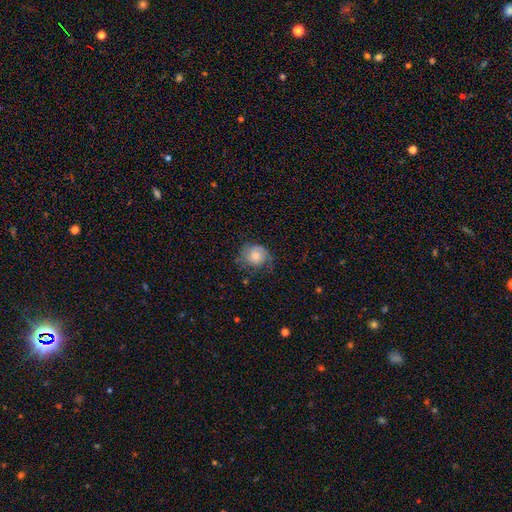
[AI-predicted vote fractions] Smooth or featured: smooth — 62% (featured or disk — 30%)
How rounded: round — 81% (in between — 18%)
Merging: none — 54% (minor disturbance — 29%)